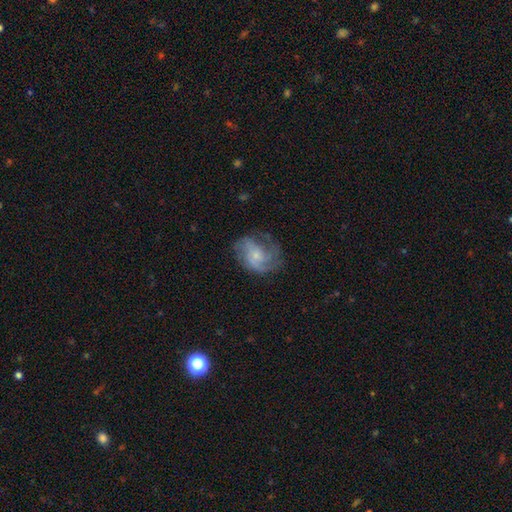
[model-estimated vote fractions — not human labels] Smooth or featured: featured or disk — 73% (smooth — 19%)
Edge-on disk: no — 98% (yes — 2%)
Bar: no — 69% (weak — 27%)
Spiral arms: yes — 91% (no — 9%)
Spiral winding: medium — 47% (tight — 29%)
Spiral arm count: 3 — 29% (tied with 2 — 29%)
Bulge size: small — 67% (moderate — 23%)
Merging: none — 59% (minor disturbance — 22%)